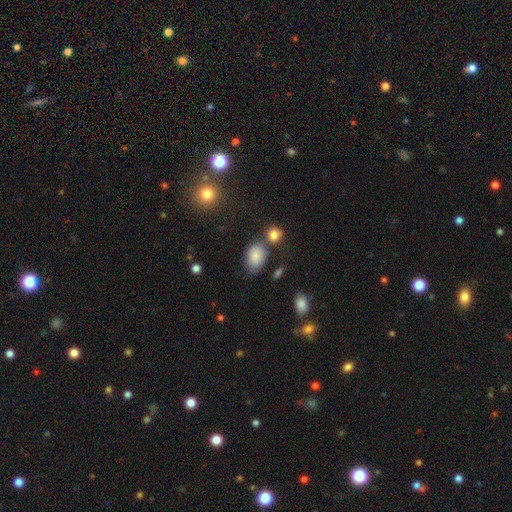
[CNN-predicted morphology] smooth-or-featured: smooth: 82% | star or artifact: 10% | featured or disk: 8%
  how-rounded: in between: 80% | round: 18% | cigar-shaped: 1%
  merging: none: 57% | minor disturbance: 22% | merger: 14% | major disturbance: 7%